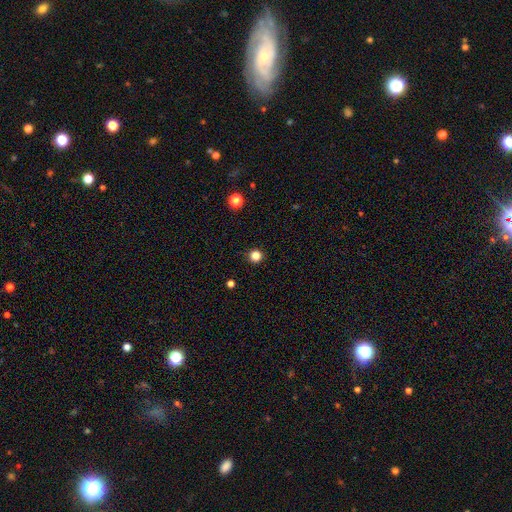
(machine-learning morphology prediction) smooth-or-featured: smooth: 84% | star or artifact: 13% | featured or disk: 3%
  how-rounded: round: 96% | in between: 3% | cigar-shaped: 1%
  merging: none: 93% | minor disturbance: 5% | major disturbance: 2% | merger: 1%